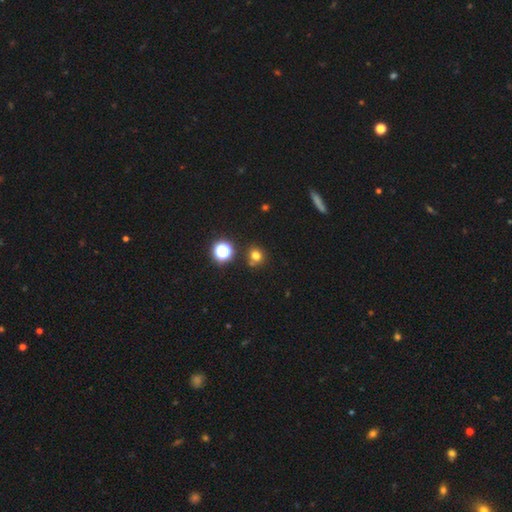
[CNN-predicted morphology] smooth 72%, star or artifact 21%, featured or disk 7%. Down the decision tree: how rounded — round (82%); merging — none (75%).